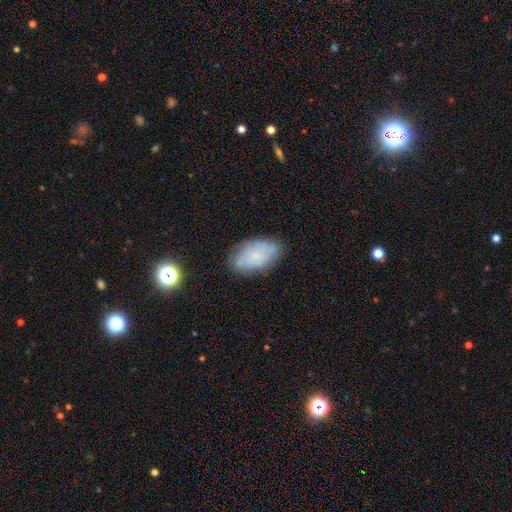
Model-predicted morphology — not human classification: smooth 49%, featured or disk 41%, star or artifact 10%. Down the decision tree: merging — none (74%).